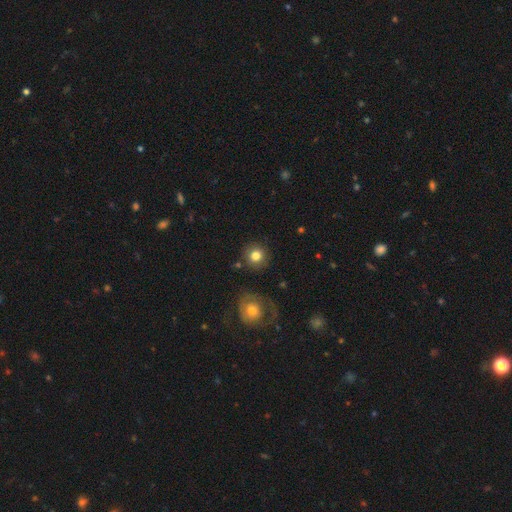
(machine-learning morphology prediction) smooth 81%, star or artifact 10%, featured or disk 9%. Down the decision tree: how rounded — round (93%); merging — none (86%).